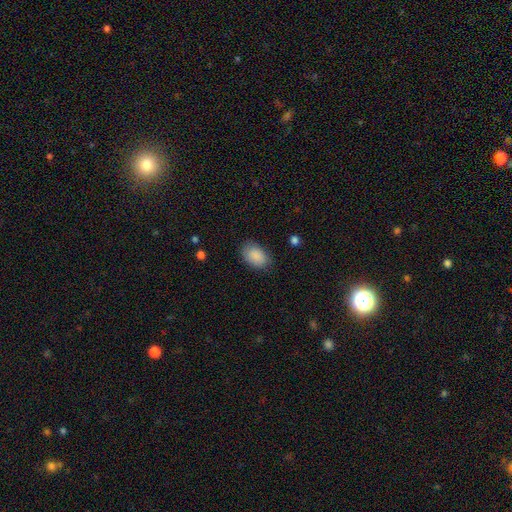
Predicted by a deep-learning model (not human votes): Overall: smooth (89%). How rounded: in between (87%). Merging: none (81%).